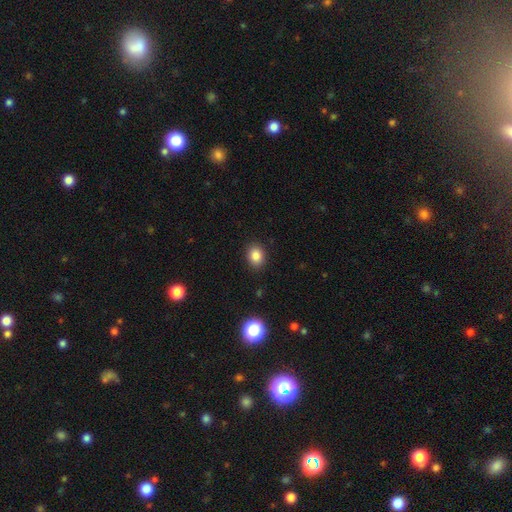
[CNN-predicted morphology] The model was most divided on "how rounded": in between: 51%, round: 49%, cigar-shaped: 1%. More confident: merging — none (89%); smooth or featured — smooth (84%).